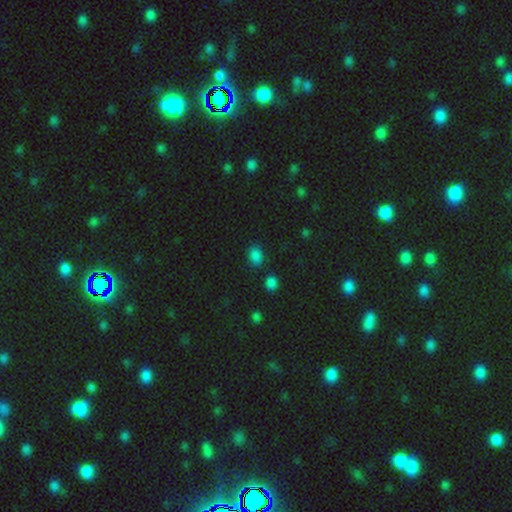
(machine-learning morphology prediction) Smooth or featured? smooth (80%)
How rounded? in between (61%)
Merging? none (79%)